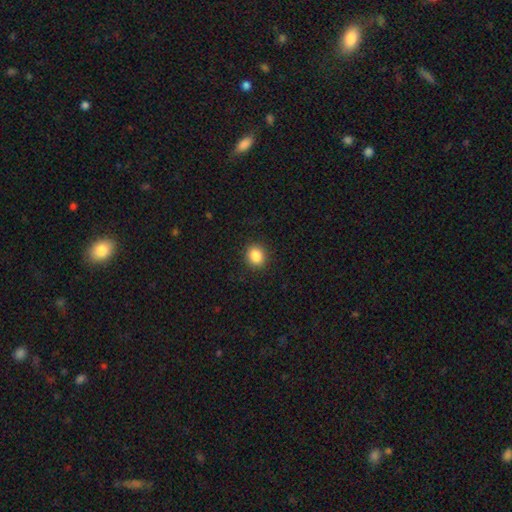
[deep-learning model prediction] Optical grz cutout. It shows a smooth galaxy with no disk features (87%) that is round (76%). Merging: none (90%).